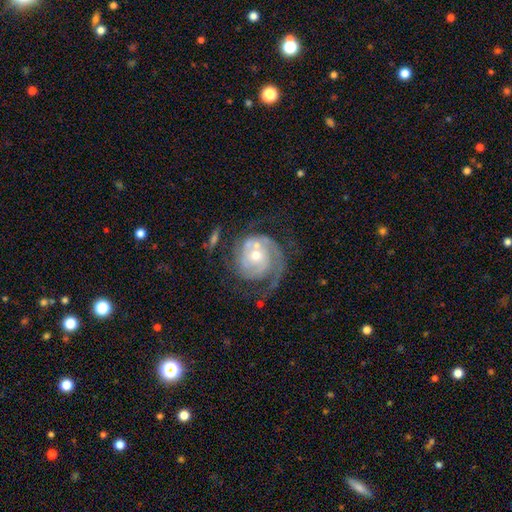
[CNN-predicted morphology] smooth_or_featured: featured or disk (p=0.85) [alt: smooth p=0.10]
disk_edge_on: no (p=0.98) [alt: yes p=0.02]
bar: no (p=0.70) [alt: weak p=0.25]
has_spiral_arms: yes (p=0.94) [alt: no p=0.06]
spiral_winding: tight (p=0.57) [alt: medium p=0.31]
spiral_arm_count: 1 (p=0.37) [alt: 2 p=0.35]
bulge_size: moderate (p=0.56) [alt: small p=0.37]
merging: none (p=0.51) [alt: major disturbance p=0.22]